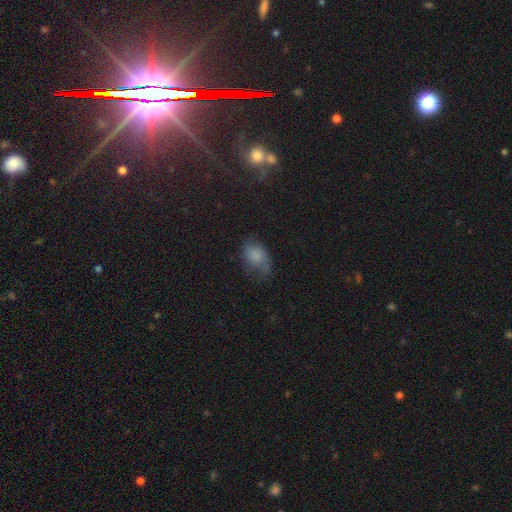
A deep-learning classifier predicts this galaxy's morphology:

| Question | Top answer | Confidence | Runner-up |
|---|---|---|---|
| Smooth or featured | smooth | 71% | featured or disk (16%) |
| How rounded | in between | 79% | round (20%) |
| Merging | none | 41% | minor disturbance (33%) |